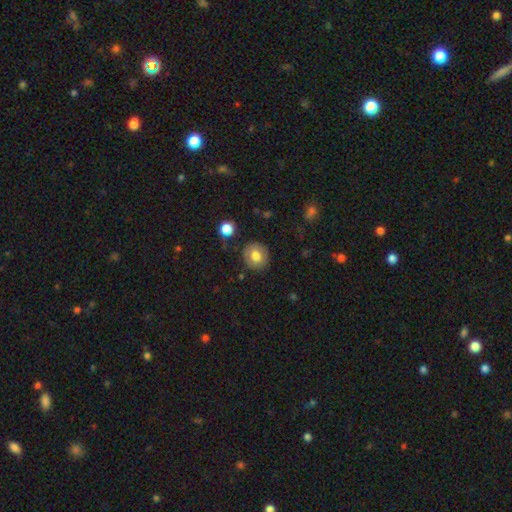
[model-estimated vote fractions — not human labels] Morphology: type=smooth (73%); roundness=round (85%); merging=none (84%).